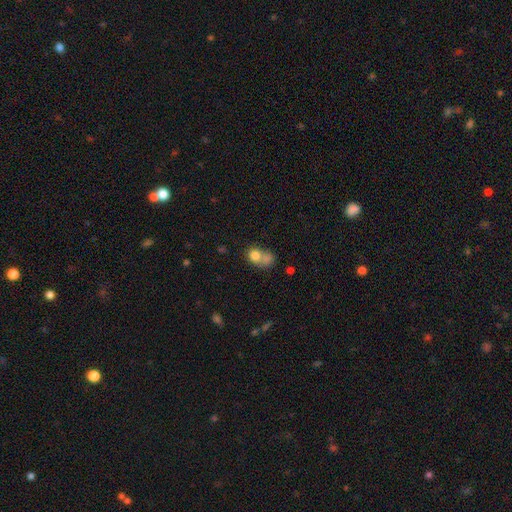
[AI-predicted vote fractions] smooth-or-featured: smooth: 76% | featured or disk: 14% | star or artifact: 10%
  how-rounded: round: 61% | in between: 37% | cigar-shaped: 1%
  merging: merger: 62% | none: 24% | minor disturbance: 8% | major disturbance: 6%